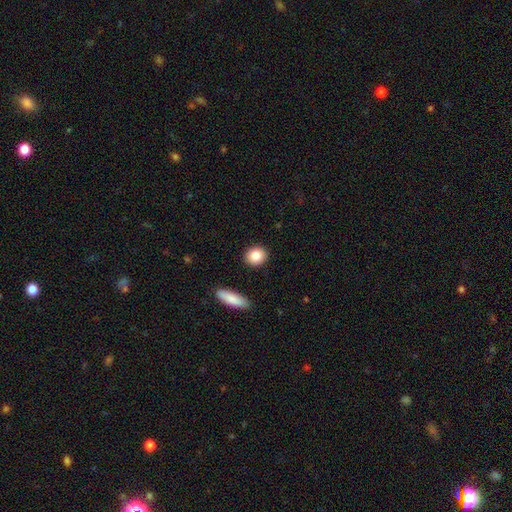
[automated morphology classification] smooth-or-featured: smooth: 86% | star or artifact: 8% | featured or disk: 6%
  how-rounded: round: 66% | in between: 32% | cigar-shaped: 2%
  merging: none: 89% | minor disturbance: 7% | merger: 2% | major disturbance: 2%